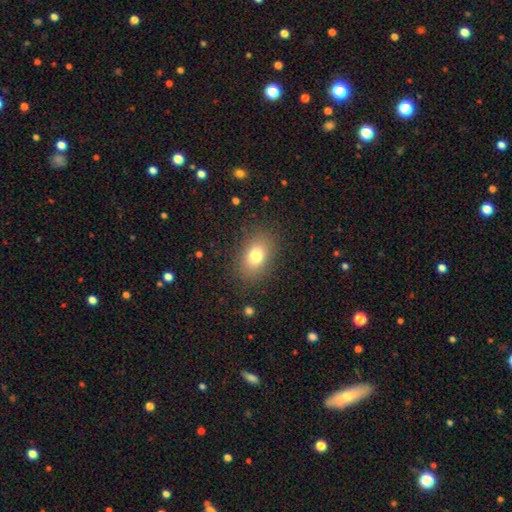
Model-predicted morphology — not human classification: Smooth or featured: smooth — 77% (featured or disk — 11%)
How rounded: in between — 77% (round — 22%)
Merging: none — 84% (minor disturbance — 10%)